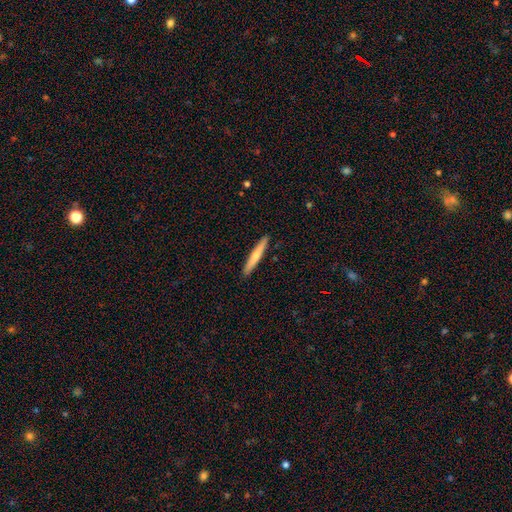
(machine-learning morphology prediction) Smooth or featured: smooth — 61% (featured or disk — 34%)
How rounded: cigar-shaped — 95% (in between — 4%)
Merging: none — 92% (minor disturbance — 6%)